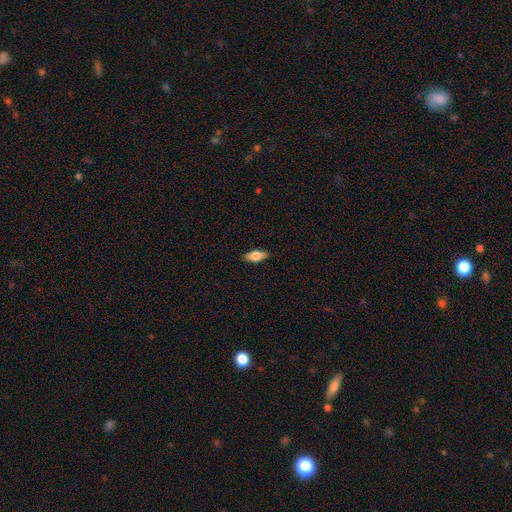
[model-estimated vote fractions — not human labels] A smooth galaxy with no disk features (74%) that is in between round and cigar-shaped (81%).

Vote fractions:
- Smooth or featured? smooth: 74% / featured or disk: 19% / star or artifact: 7%
- How rounded? in between: 81% / cigar-shaped: 16% / round: 3%
- Merging? none: 87% / minor disturbance: 10% / major disturbance: 2% / merger: 1%